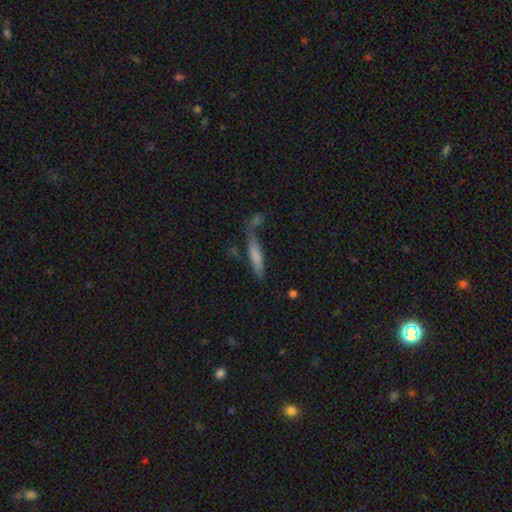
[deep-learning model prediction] Smooth or featured: smooth — 66% (featured or disk — 27%)
How rounded: cigar-shaped — 87% (in between — 11%)
Merging: none — 65% (minor disturbance — 16%)